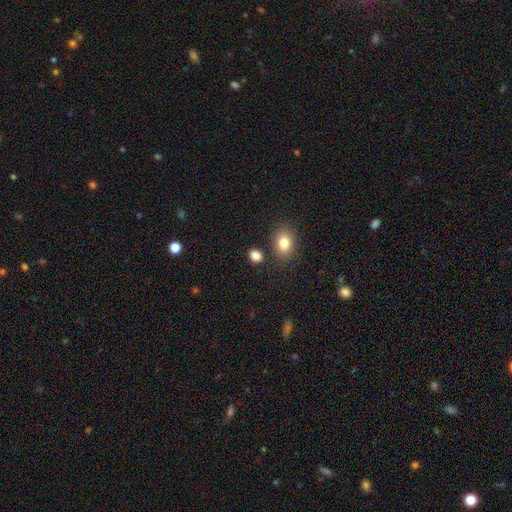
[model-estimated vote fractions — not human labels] A smooth galaxy with no disk features (84%) that is in between round and cigar-shaped (60%).

Vote fractions:
- Smooth or featured? smooth: 84% / star or artifact: 11% / featured or disk: 5%
- How rounded? in between: 60% / round: 39% / cigar-shaped: 1%
- Merging? none: 79% / minor disturbance: 10% / merger: 8% / major disturbance: 3%